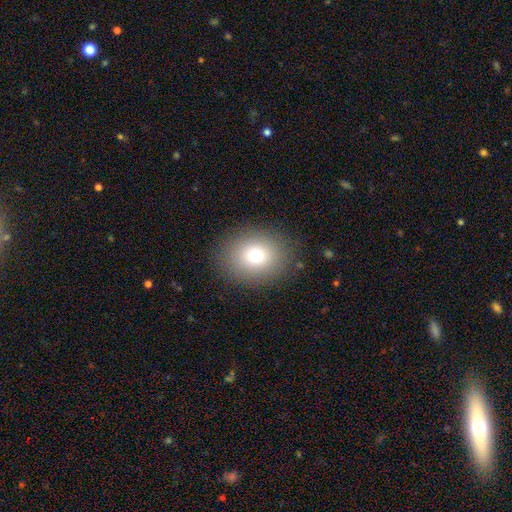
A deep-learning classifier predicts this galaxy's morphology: Smooth or featured: smooth — 74% (star or artifact — 14%)
How rounded: round — 60% (in between — 39%)
Merging: none — 86% (minor disturbance — 9%)